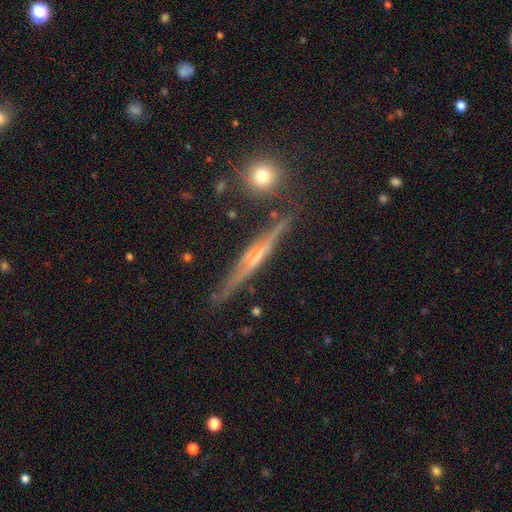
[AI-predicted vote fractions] Overall: featured or disk (80%). Edge-on disk: yes (96%). Edge-on bulge: rounded (59%; none 24%). Merging: none (82%).